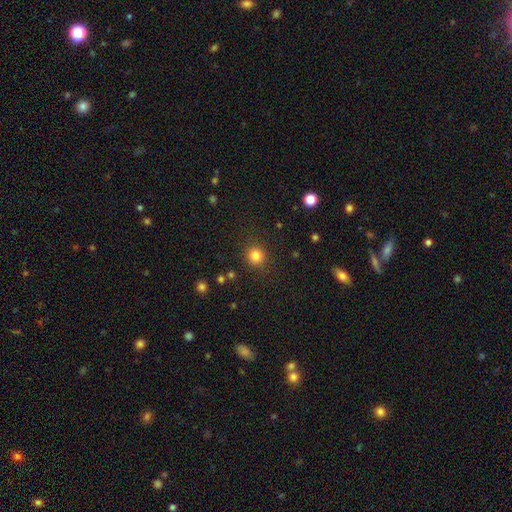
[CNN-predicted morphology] type=smooth (83%); roundness=round (91%); merging=none (89%).